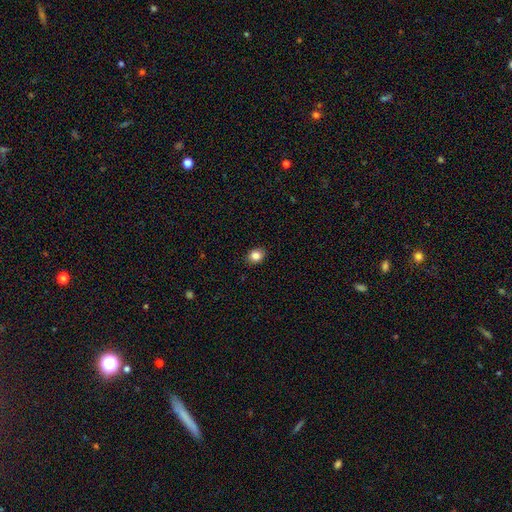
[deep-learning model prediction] Smooth or featured? smooth (84%)
How rounded? round (56%)
Merging? none (89%)